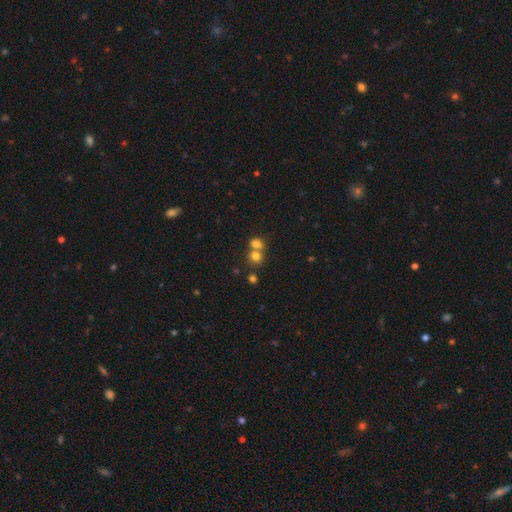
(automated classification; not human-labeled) Overall: smooth (76%). How rounded: round (68%; in between 31%). Merging: merger (47%; none 42%).